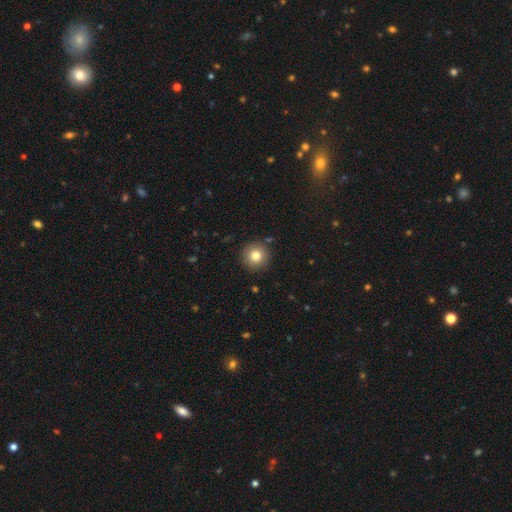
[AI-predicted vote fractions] smooth_or_featured: smooth (p=0.80) [alt: star or artifact p=0.11]
how_rounded: round (p=0.95) [alt: in between p=0.04]
merging: none (p=0.89) [alt: minor disturbance p=0.07]